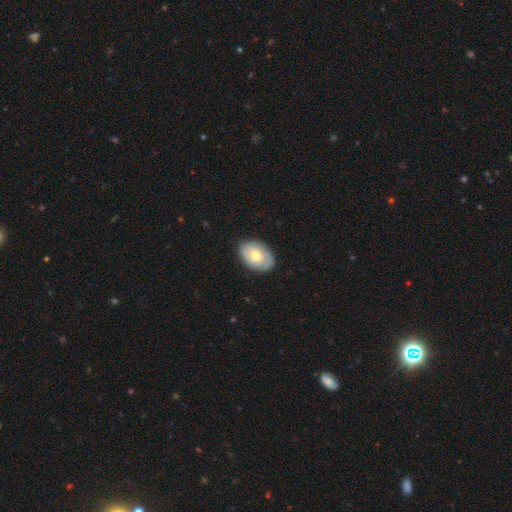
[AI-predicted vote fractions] Smooth or featured?
  - smooth: 50% *
  - featured or disk: 44%
  - star or artifact: 6%
Merging?
  - none: 77% *
  - minor disturbance: 18%
  - major disturbance: 4%
  - merger: 1%